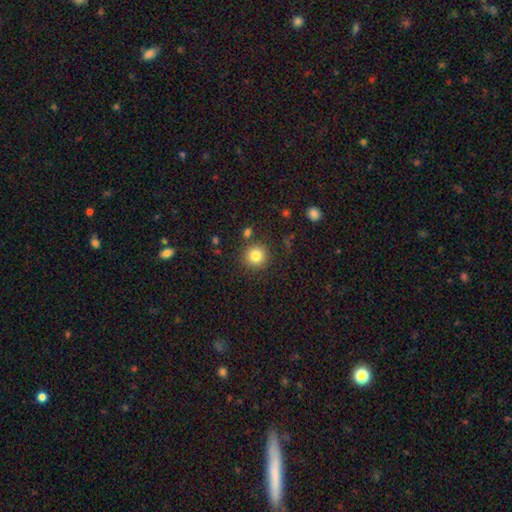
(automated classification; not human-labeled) This appears to be a smooth galaxy with no disk features (82%) that is round (93%). Merging: none (85%).